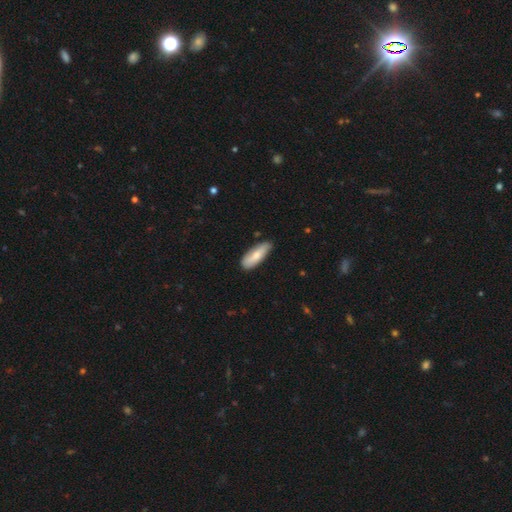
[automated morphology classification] smooth_or_featured: smooth (p=0.75) [alt: featured or disk p=0.20]
how_rounded: in between (p=0.63) [alt: cigar-shaped p=0.35]
merging: none (p=0.78) [alt: minor disturbance p=0.17]